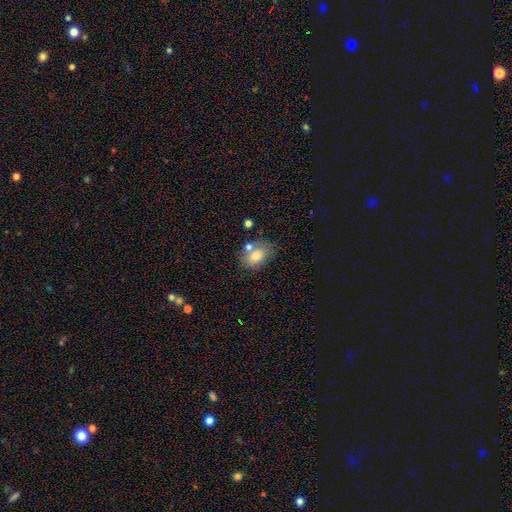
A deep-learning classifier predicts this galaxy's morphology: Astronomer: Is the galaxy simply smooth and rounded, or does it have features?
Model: smooth — 75%.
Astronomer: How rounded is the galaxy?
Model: in between — 81%.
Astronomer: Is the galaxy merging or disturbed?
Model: none — 60%.